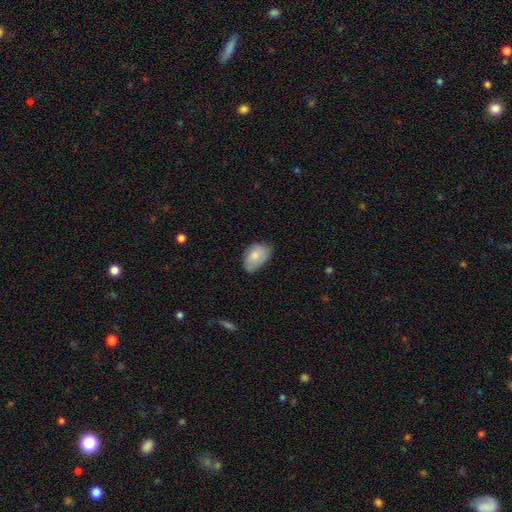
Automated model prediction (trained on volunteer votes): Overall: smooth (79%). How rounded: in between (90%). Merging: none (57%; minor disturbance 35%).